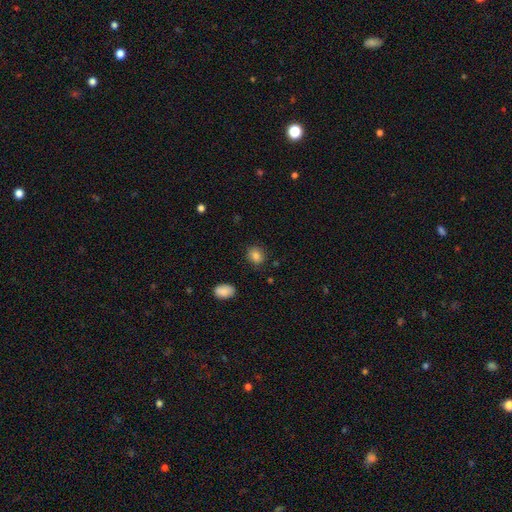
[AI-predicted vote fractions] Smooth or featured? Predicted: smooth (p=0.84). How rounded? Predicted: round (p=0.57). Merging? Predicted: none (p=0.84).